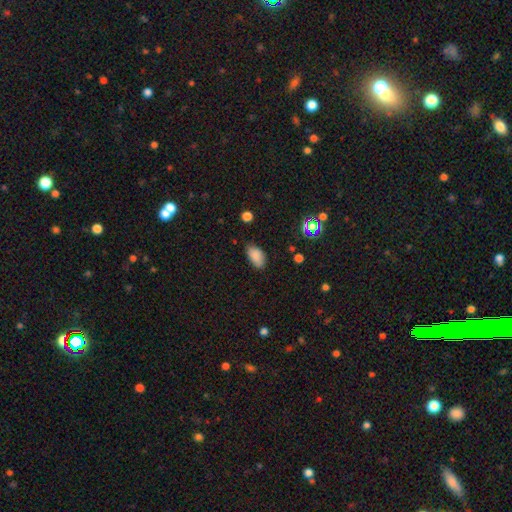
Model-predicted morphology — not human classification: Smooth or featured?
  - smooth: 85% *
  - star or artifact: 10%
  - featured or disk: 5%
How rounded?
  - in between: 93% *
  - round: 5%
  - cigar-shaped: 2%
Merging?
  - none: 76% *
  - minor disturbance: 19%
  - major disturbance: 4%
  - merger: 1%